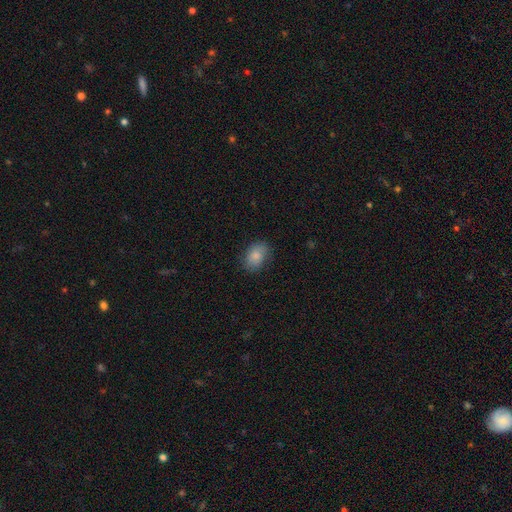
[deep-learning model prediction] Smooth or featured: smooth — 84% (featured or disk — 8%)
How rounded: in between — 80% (round — 19%)
Merging: none — 80% (minor disturbance — 16%)